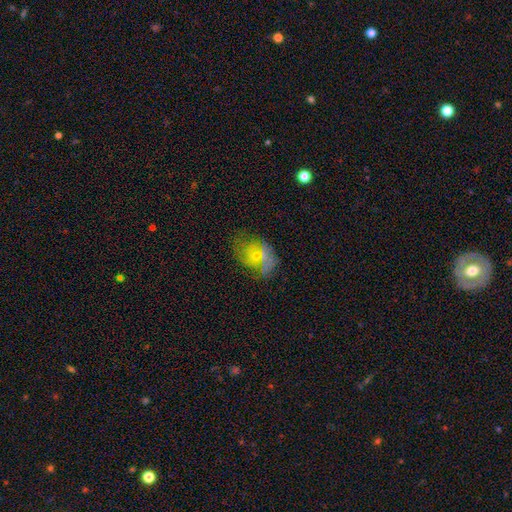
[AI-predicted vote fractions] Morphology: type=featured or disk (46%); merging=none (49%).